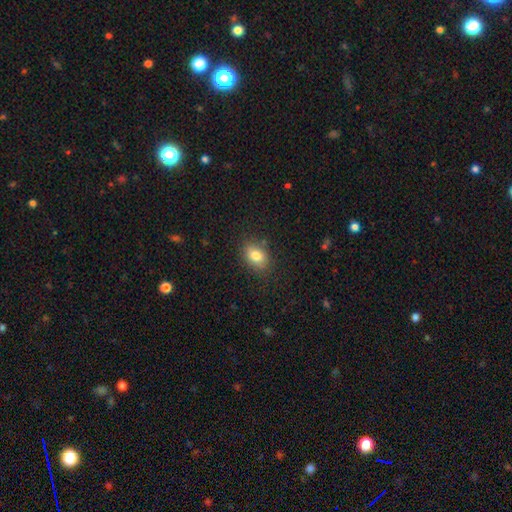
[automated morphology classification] The model was most divided on "how rounded": in between: 73%, round: 25%, cigar-shaped: 1%. More confident: merging — none (82%); smooth or featured — smooth (81%).